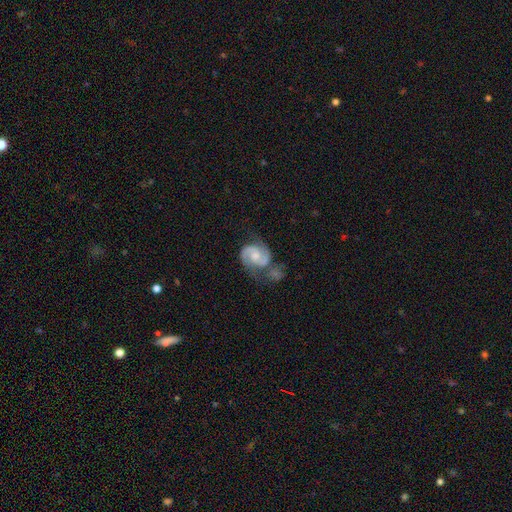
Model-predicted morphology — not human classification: Smooth or featured? Predicted: featured or disk (p=0.86). Edge-on disk? Predicted: no (p=0.98). Bar? Predicted: no (p=0.55). Spiral arms? Predicted: yes (p=0.97). Spiral winding? Predicted: medium (p=0.55). Spiral arm count? Predicted: 2 (p=0.92). Bulge size? Predicted: moderate (p=0.54). Merging? Predicted: none (p=0.48).